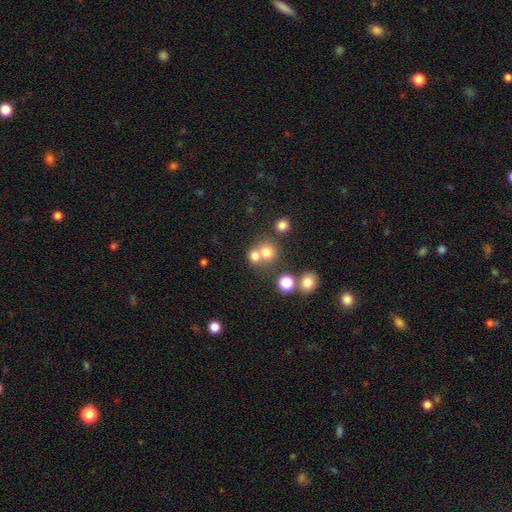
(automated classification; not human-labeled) Smooth or featured?
  - smooth: 72% *
  - star or artifact: 16%
  - featured or disk: 11%
How rounded?
  - round: 83% *
  - in between: 16%
  - cigar-shaped: 1%
Merging?
  - none: 47% *
  - merger: 43%
  - minor disturbance: 7%
  - major disturbance: 4%